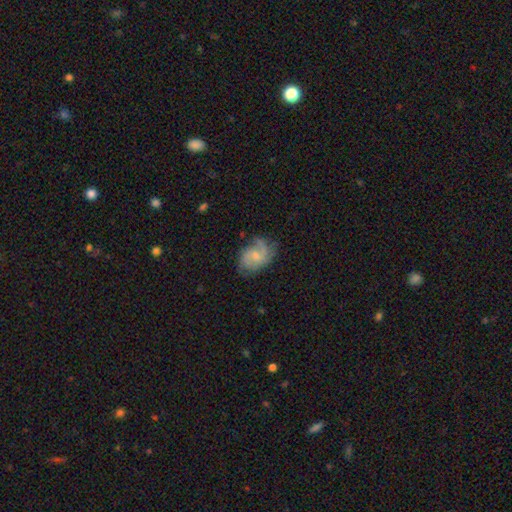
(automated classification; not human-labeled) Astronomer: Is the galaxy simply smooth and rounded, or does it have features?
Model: featured or disk — 63%.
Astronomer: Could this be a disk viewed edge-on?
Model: no — 97%.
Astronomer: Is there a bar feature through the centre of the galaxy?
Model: no — 54% (runner-up: weak, 41%).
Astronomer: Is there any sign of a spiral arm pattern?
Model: yes — 89%.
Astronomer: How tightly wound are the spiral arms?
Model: medium — 46% (runner-up: loose, 30%).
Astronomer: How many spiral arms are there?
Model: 2 — 59%.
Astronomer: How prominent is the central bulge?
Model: small — 51% (runner-up: moderate, 34%).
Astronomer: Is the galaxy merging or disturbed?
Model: none — 58%.